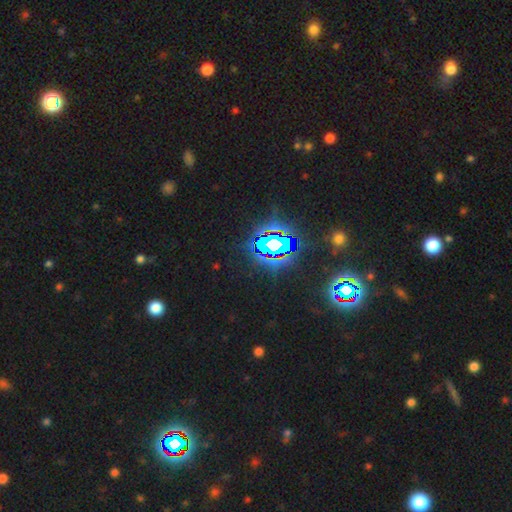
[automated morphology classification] Smooth or featured: star or artifact — 82% (smooth — 11%)